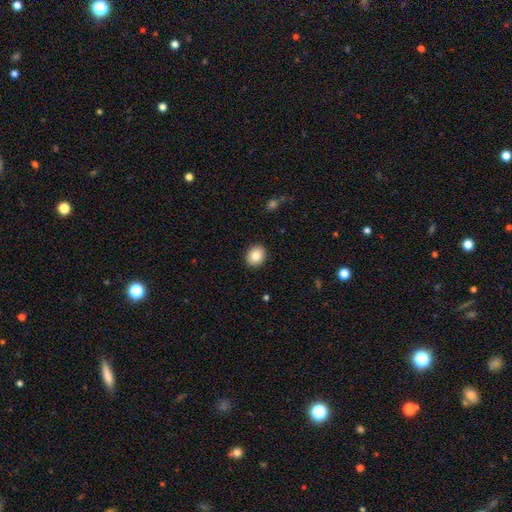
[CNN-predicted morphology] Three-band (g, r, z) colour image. It shows a smooth galaxy with no disk features (85%) that is round (66%). Merging: none (91%).